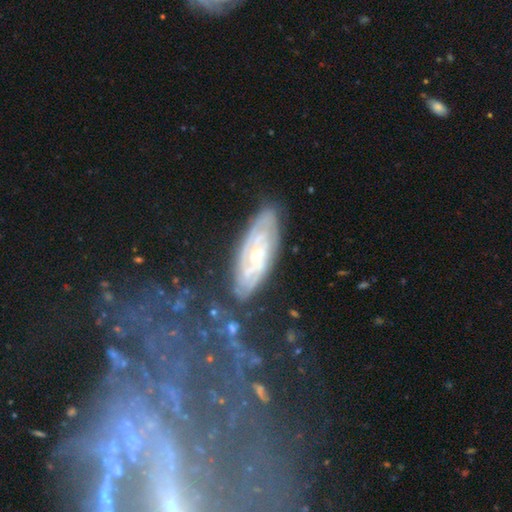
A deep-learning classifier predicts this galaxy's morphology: This appears to be a featured or disk galaxy (80%) with no bar (62%), tight (73%) spiral arms (91%) and a small central bulge (59%). Merging: none (79%).